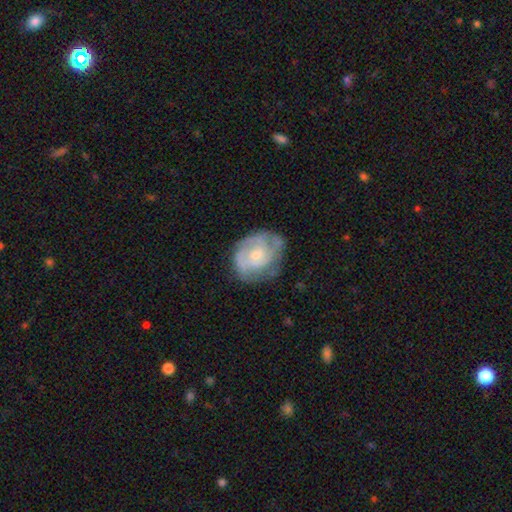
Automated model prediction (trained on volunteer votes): smooth-or-featured: featured or disk: 71% | smooth: 23% | star or artifact: 6%
  disk-edge-on: no: 97% | yes: 3%
    bar: no: 73% | weak: 24% | strong: 3%
    has-spiral-arms: yes: 82% | no: 18%
      spiral-winding: tight: 57% | medium: 33% | loose: 10%
      spiral-arm-count: can't tell: 38% | 2: 31% | 3: 17% | 1: 6% | 4: 4% | more than 4: 3%
    bulge-size: small: 53% | moderate: 40% | none: 4% | large: 3% | dominant: 1%
  merging: none: 62% | minor disturbance: 26% | major disturbance: 11% | merger: 2%